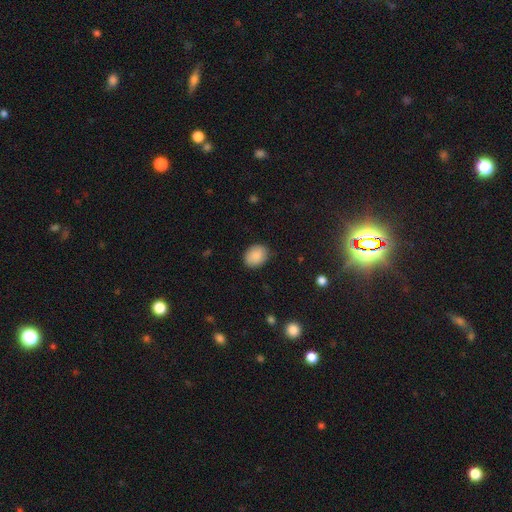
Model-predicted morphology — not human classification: Smooth or featured: smooth — 88% (star or artifact — 7%)
How rounded: in between — 58% (round — 41%)
Merging: none — 82% (minor disturbance — 14%)